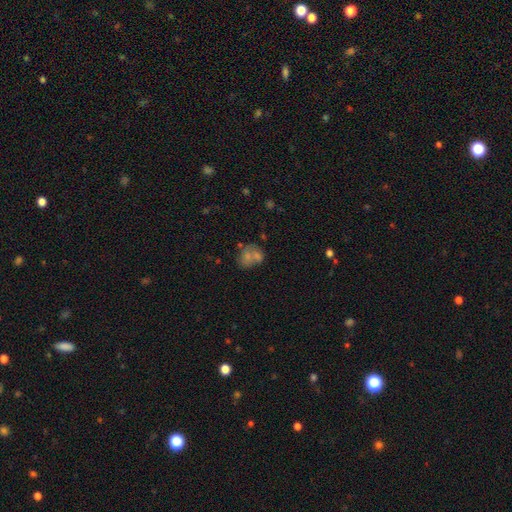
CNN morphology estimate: Smooth or featured? smooth (51%)
How rounded? round (61%)
Merging? none (46%)